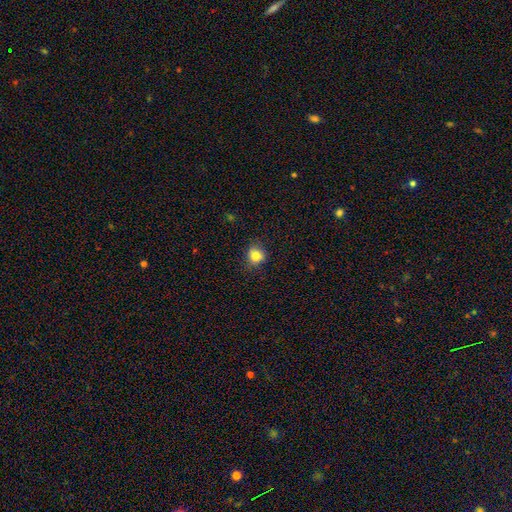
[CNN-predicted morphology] Smooth or featured? Predicted: smooth (p=0.83). How rounded? Predicted: round (p=0.81). Merging? Predicted: none (p=0.81).